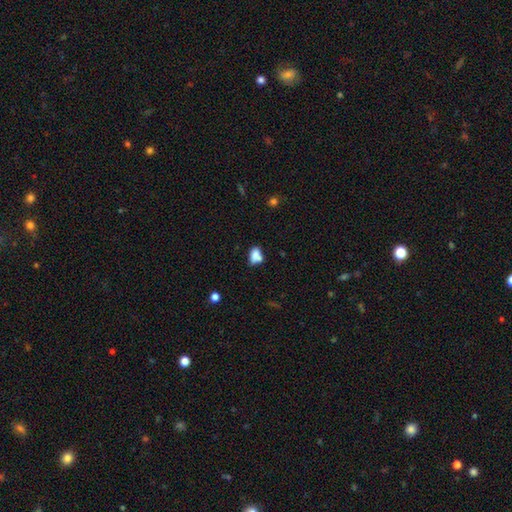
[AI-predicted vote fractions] A smooth galaxy with no disk features (76%) that is in between round and cigar-shaped (79%).

Vote fractions:
- Smooth or featured? smooth: 76% / featured or disk: 14% / star or artifact: 10%
- How rounded? in between: 79% / round: 17% / cigar-shaped: 3%
- Merging? none: 40% / merger: 32% / minor disturbance: 20% / major disturbance: 8%